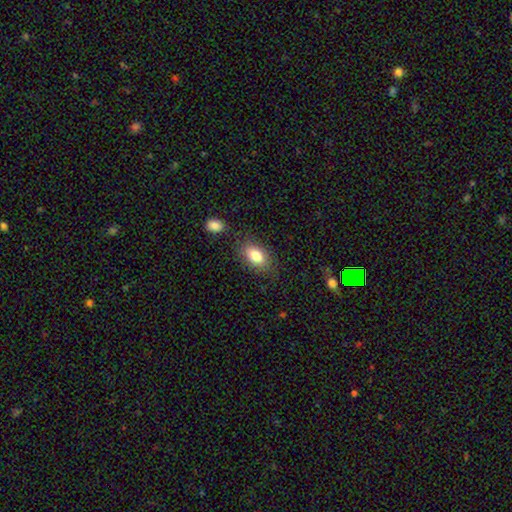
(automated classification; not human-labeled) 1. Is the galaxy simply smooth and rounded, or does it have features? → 81% smooth, 11% featured or disk, 8% star or artifact.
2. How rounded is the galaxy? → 89% in between, 9% round, 2% cigar-shaped.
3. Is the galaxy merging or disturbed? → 78% none, 14% minor disturbance, 4% major disturbance, 3% merger.